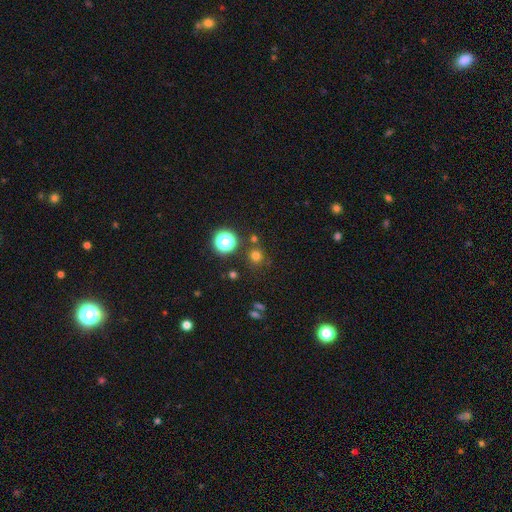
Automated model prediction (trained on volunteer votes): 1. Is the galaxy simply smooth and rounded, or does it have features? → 70% smooth, 24% star or artifact, 6% featured or disk.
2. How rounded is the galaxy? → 92% round, 7% in between, 1% cigar-shaped.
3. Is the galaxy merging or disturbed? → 80% none, 9% minor disturbance, 7% merger, 4% major disturbance.